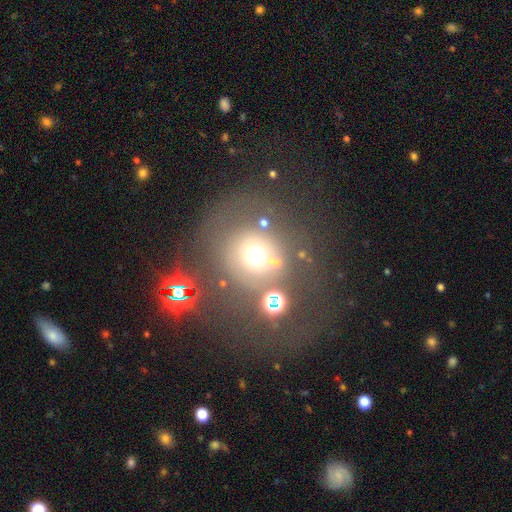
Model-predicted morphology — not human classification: Smooth or featured? Predicted: smooth (p=0.54). How rounded? Predicted: round (p=0.87). Merging? Predicted: none (p=0.61).